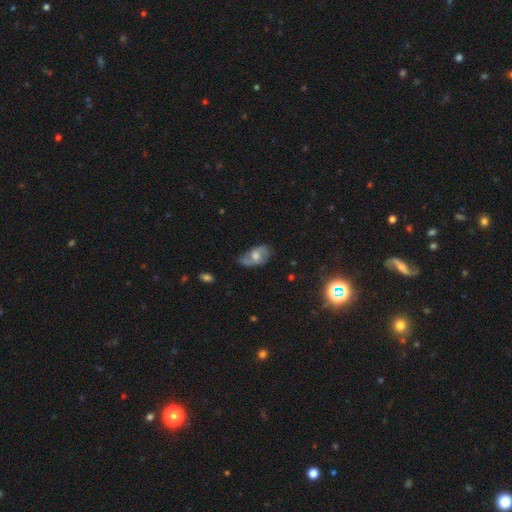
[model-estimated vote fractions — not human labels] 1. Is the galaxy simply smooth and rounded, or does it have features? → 61% featured or disk, 29% smooth, 10% star or artifact.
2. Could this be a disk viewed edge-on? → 94% no, 6% yes.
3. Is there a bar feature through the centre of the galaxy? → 57% no, 36% weak, 7% strong.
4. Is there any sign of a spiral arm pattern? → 82% yes, 18% no.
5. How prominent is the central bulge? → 60% moderate, 21% small, 12% large, 5% none, 1% dominant.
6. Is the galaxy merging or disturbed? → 56% none, 30% minor disturbance, 12% major disturbance, 3% merger.